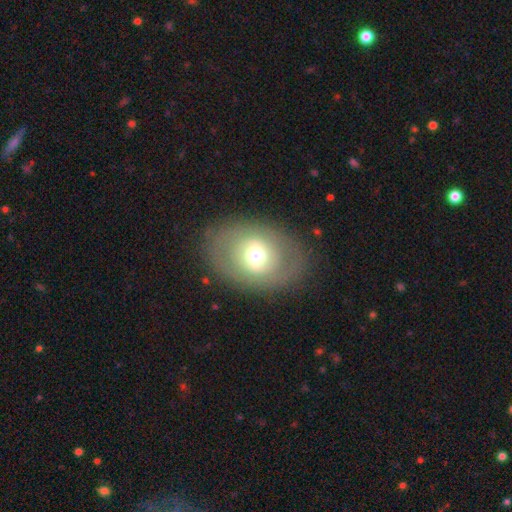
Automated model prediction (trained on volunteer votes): The model was most divided on "smooth or featured": smooth: 51%, featured or disk: 39%, star or artifact: 10%. More confident: merging — none (81%); how rounded — in between (63%).